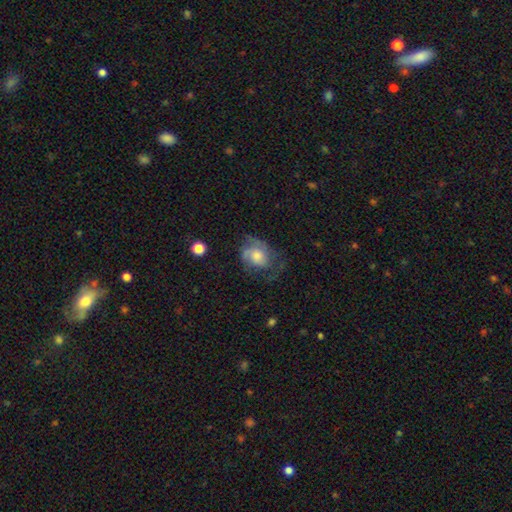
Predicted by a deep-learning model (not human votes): featured or disk 55%, smooth 37%, star or artifact 9%. Down the decision tree: edge-on disk — no (97%); bar — no (77%); spiral arms — yes (77%); bulge size — moderate (53%); merging — none (46%).